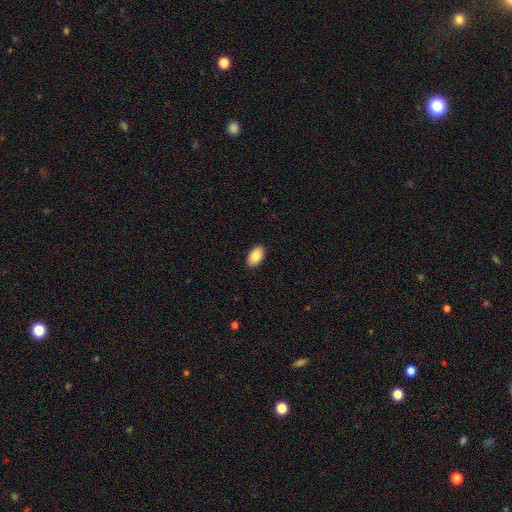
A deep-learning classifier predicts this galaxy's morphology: A smooth galaxy with no disk features (88%) that is in between round and cigar-shaped (94%).

Vote fractions:
- Smooth or featured? smooth: 88% / star or artifact: 6% / featured or disk: 6%
- How rounded? in between: 94% / round: 5% / cigar-shaped: 1%
- Merging? none: 90% / minor disturbance: 8% / major disturbance: 2% / merger: 1%